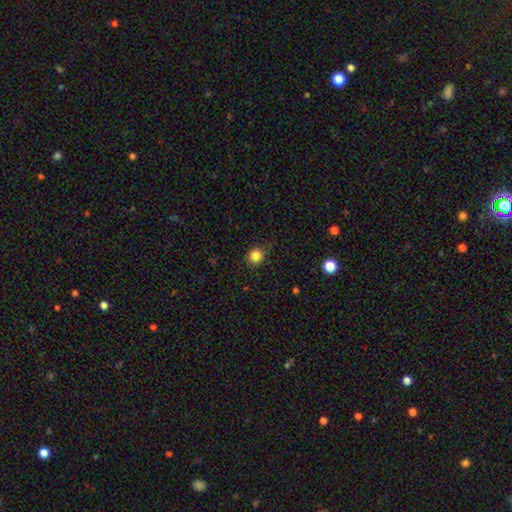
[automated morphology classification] Overall: smooth (84%). How rounded: round (90%). Merging: none (85%).